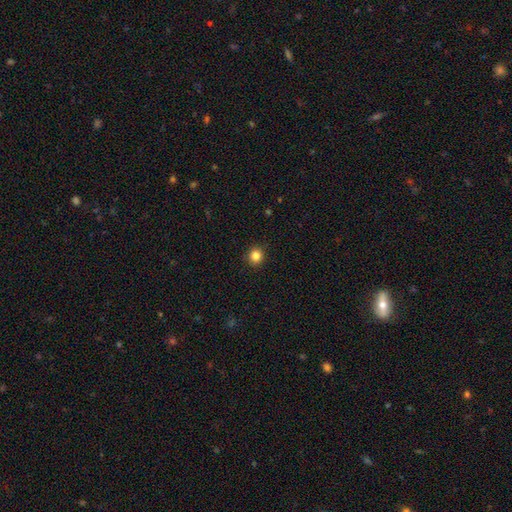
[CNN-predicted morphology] Smooth or featured? Predicted: smooth (p=0.84). How rounded? Predicted: round (p=0.89). Merging? Predicted: none (p=0.91).